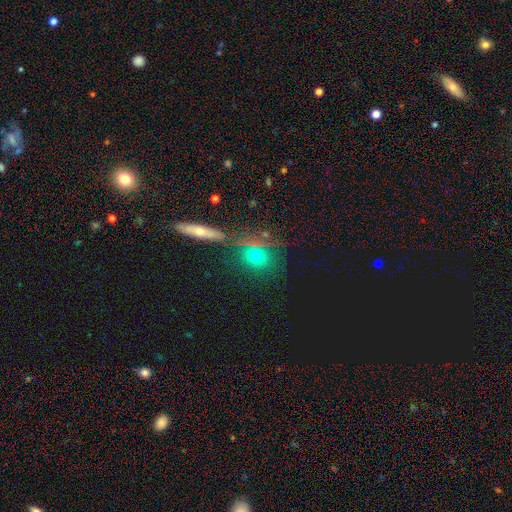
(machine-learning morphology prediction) The model was most divided on "smooth or featured": smooth: 59%, star or artifact: 27%, featured or disk: 14%. More confident: merging — none (76%); how rounded — round (71%).